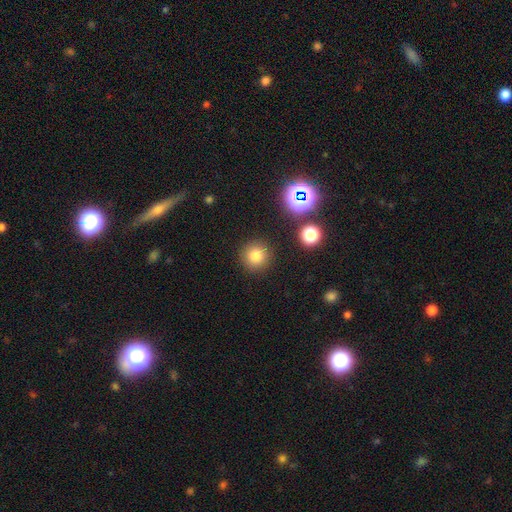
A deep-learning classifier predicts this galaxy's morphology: A smooth galaxy with no disk features (79%) that is round (95%). Merging: none (89%).